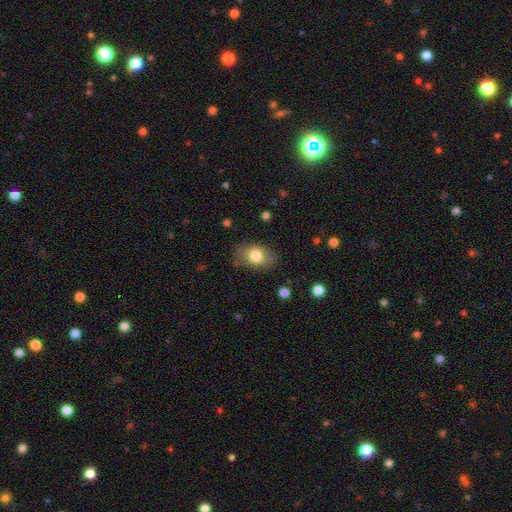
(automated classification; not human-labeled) A smooth galaxy with no disk features (79%) that is in between round and cigar-shaped (76%). Merging: none (79%).